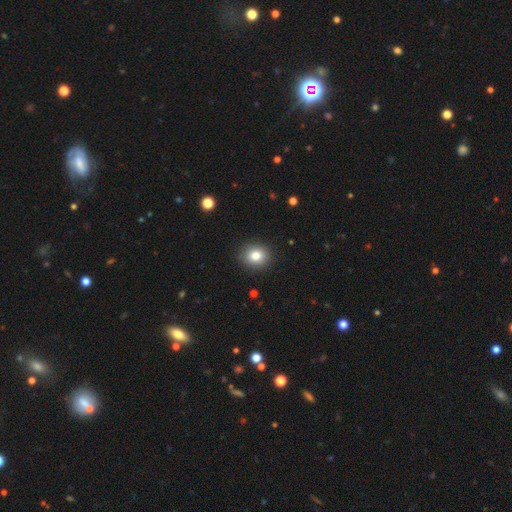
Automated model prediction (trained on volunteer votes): Smooth or featured? Predicted: smooth (p=0.82). How rounded? Predicted: round (p=0.70). Merging? Predicted: none (p=0.89).